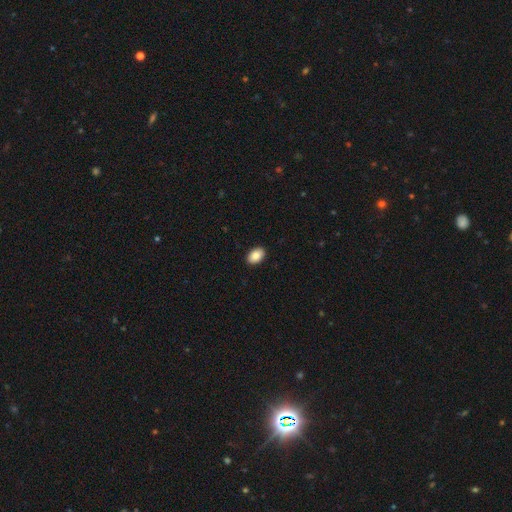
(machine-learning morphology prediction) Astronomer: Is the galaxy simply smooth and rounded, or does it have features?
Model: smooth — 87%.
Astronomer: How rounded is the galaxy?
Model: in between — 87%.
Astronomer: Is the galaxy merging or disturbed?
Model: none — 91%.